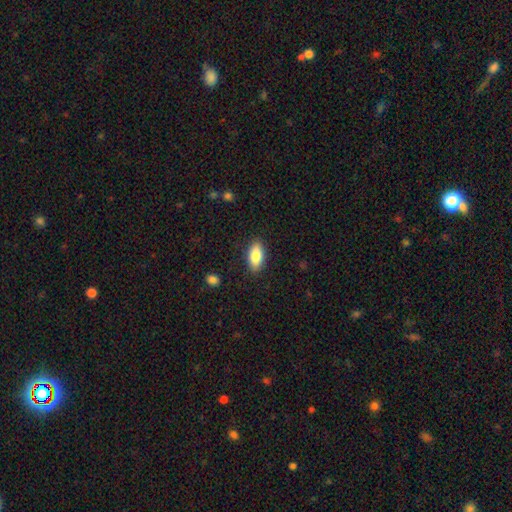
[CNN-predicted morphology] A smooth galaxy with no disk features (82%) that is in between round and cigar-shaped (87%). Merging: none (88%).